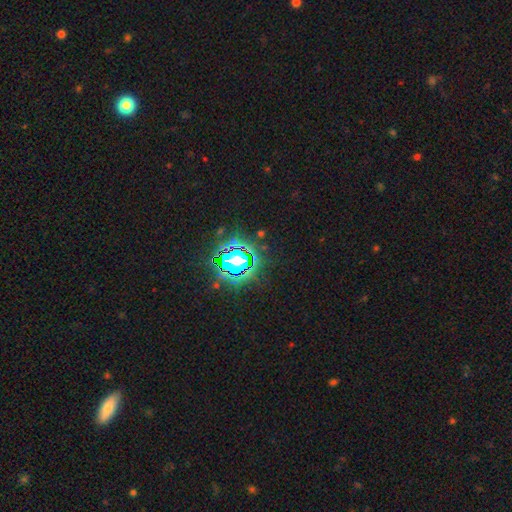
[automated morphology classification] Smooth or featured: star or artifact — 83% (smooth — 11%)